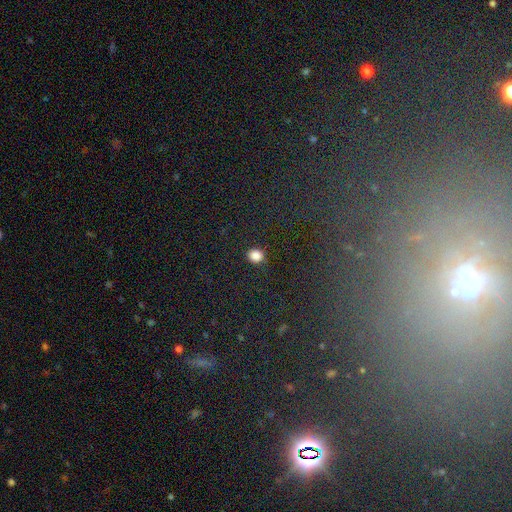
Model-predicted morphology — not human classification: smooth 84%, star or artifact 12%, featured or disk 4%. Down the decision tree: how rounded — round (75%); merging — none (89%).